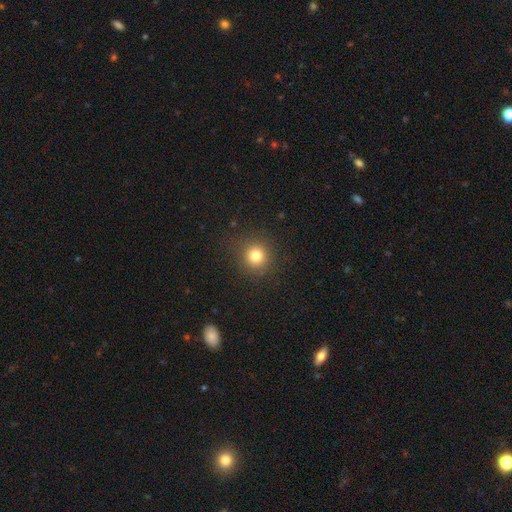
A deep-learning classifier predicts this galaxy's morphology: A smooth galaxy with no disk features (80%) that is round (92%).

Vote fractions:
- Smooth or featured? smooth: 80% / star or artifact: 13% / featured or disk: 7%
- How rounded? round: 92% / in between: 7% / cigar-shaped: 1%
- Merging? none: 89% / minor disturbance: 7% / major disturbance: 3% / merger: 1%